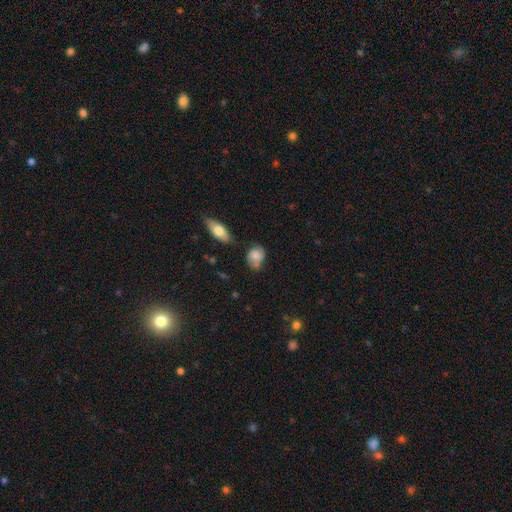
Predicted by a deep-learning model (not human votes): Smooth or featured?
  - smooth: 72% *
  - featured or disk: 20%
  - star or artifact: 8%
How rounded?
  - in between: 61% *
  - round: 37%
  - cigar-shaped: 2%
Merging?
  - none: 49% *
  - minor disturbance: 33%
  - major disturbance: 10%
  - merger: 7%